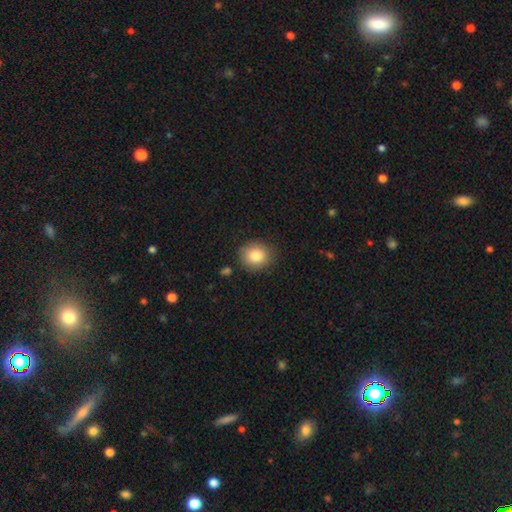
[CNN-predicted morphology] smooth-or-featured: smooth: 84% | star or artifact: 9% | featured or disk: 7%
  how-rounded: round: 76% | in between: 23% | cigar-shaped: 1%
  merging: none: 85% | minor disturbance: 10% | major disturbance: 3% | merger: 2%